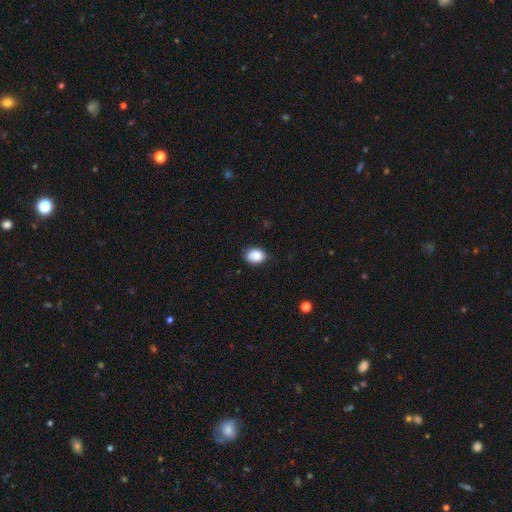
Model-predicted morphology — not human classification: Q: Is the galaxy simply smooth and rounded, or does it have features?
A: smooth — 89%.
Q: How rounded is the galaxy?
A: in between — 62%.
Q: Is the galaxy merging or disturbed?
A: none — 81%.